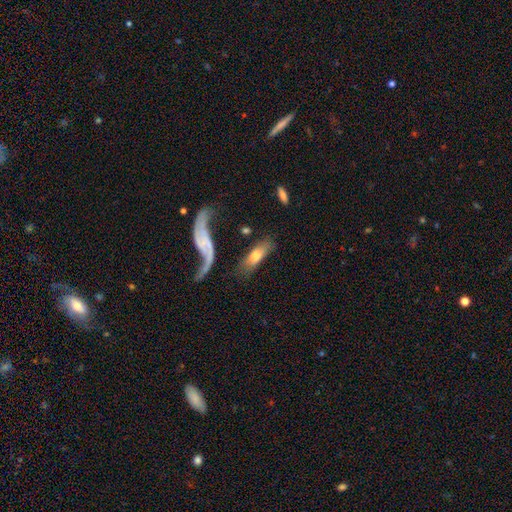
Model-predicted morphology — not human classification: Q: Smooth or featured?
A: smooth (57%); runner-up: featured or disk (36%)
Q: How rounded?
A: in between (63%); runner-up: cigar-shaped (33%)
Q: Merging?
A: none (48%); runner-up: minor disturbance (19%)